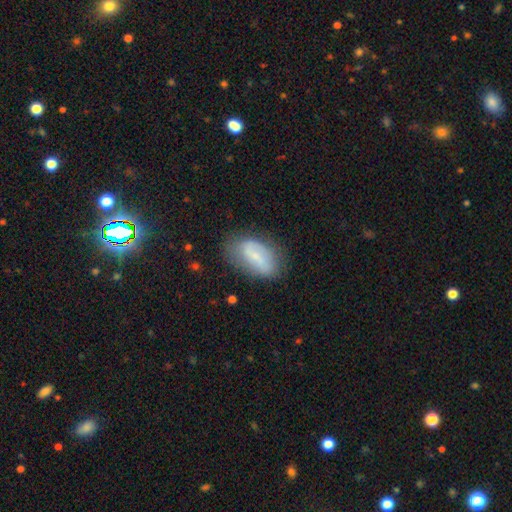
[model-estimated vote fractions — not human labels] Overall: smooth (53%; featured or disk 39%). How rounded: in between (91%). Merging: none (69%).